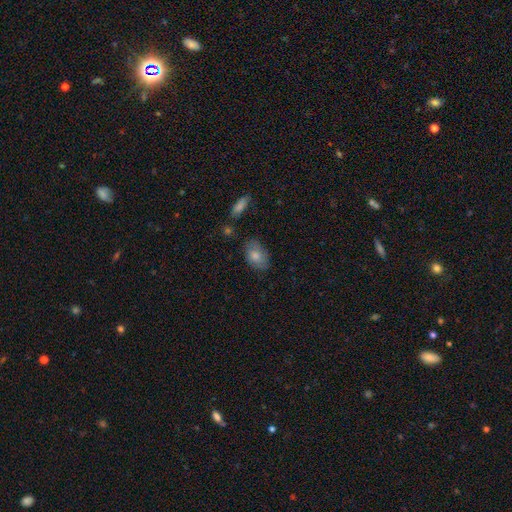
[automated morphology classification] This appears to be a smooth galaxy with no disk features (79%) that is in between round and cigar-shaped (89%). Merging: none (74%).